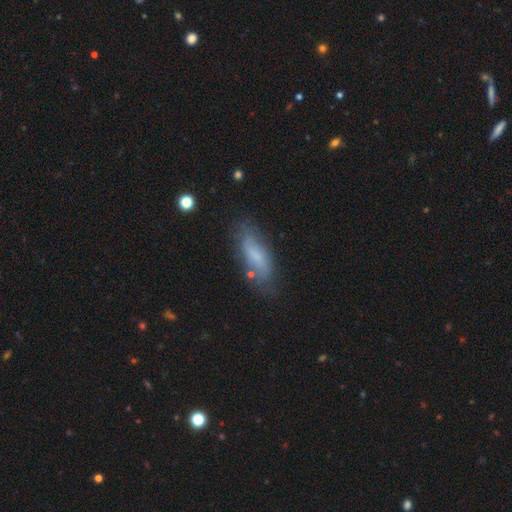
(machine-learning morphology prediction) A smooth galaxy with no disk features (55%) that is in between round and cigar-shaped (68%).

Vote fractions:
- Smooth or featured? smooth: 55% / featured or disk: 37% / star or artifact: 8%
- How rounded? in between: 68% / cigar-shaped: 30% / round: 2%
- Merging? none: 68% / minor disturbance: 21% / major disturbance: 7% / merger: 4%